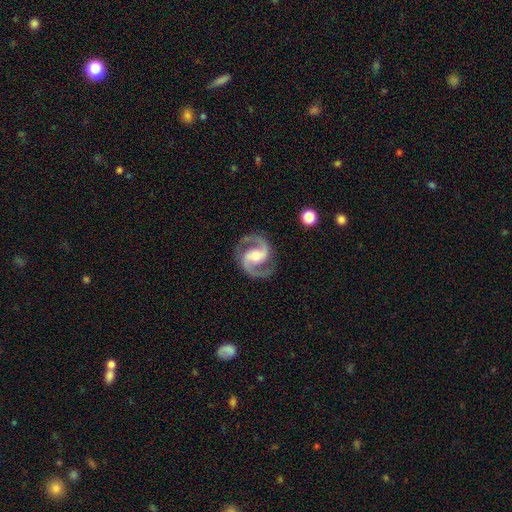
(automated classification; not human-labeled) Overall: featured or disk (93%). Edge-on disk: no (98%). Bar: weak (41%; strong 31%). Spiral arms: yes (98%). Spiral arm count: 2 (95%). Spiral winding: medium (68%). Bulge size: moderate (56%; small 31%). Merging: none (86%).